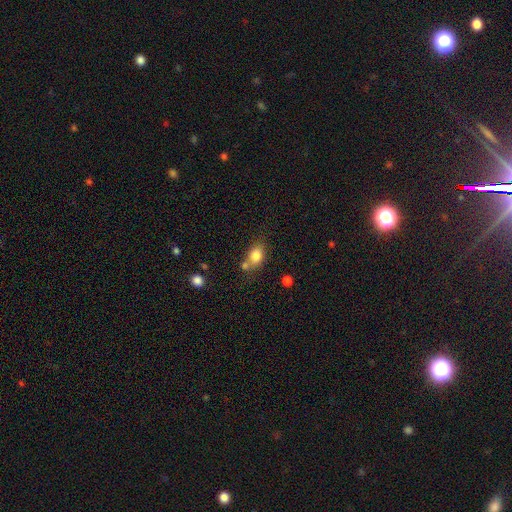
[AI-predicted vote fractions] Smooth or featured? Predicted: smooth (p=0.81). How rounded? Predicted: in between (p=0.68). Merging? Predicted: none (p=0.54).